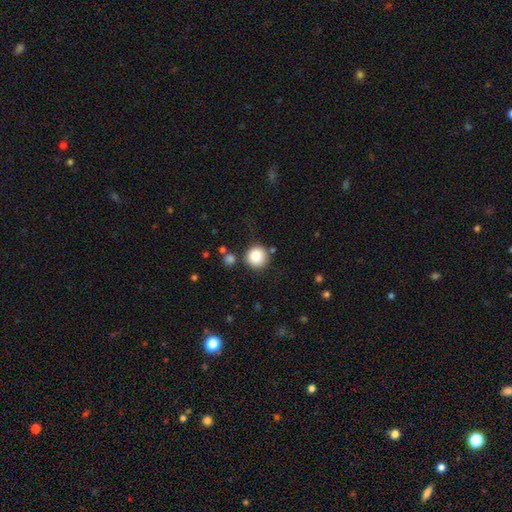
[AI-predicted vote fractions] This appears to be a smooth galaxy with no disk features (84%) that is round (94%). Merging: none (81%).